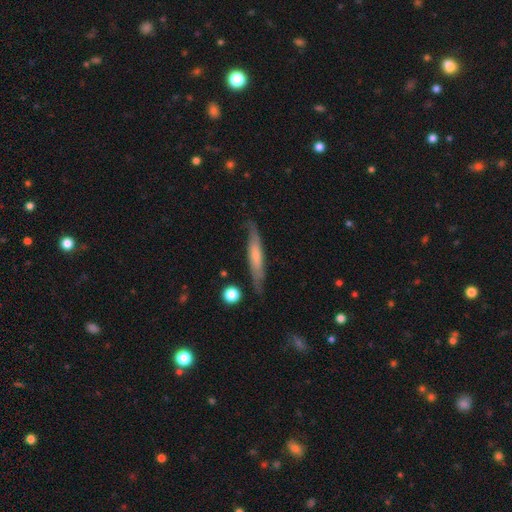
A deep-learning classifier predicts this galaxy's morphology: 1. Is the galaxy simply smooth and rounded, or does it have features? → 48% smooth, 46% featured or disk, 6% star or artifact.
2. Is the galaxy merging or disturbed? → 73% none, 20% minor disturbance, 5% major disturbance, 2% merger.